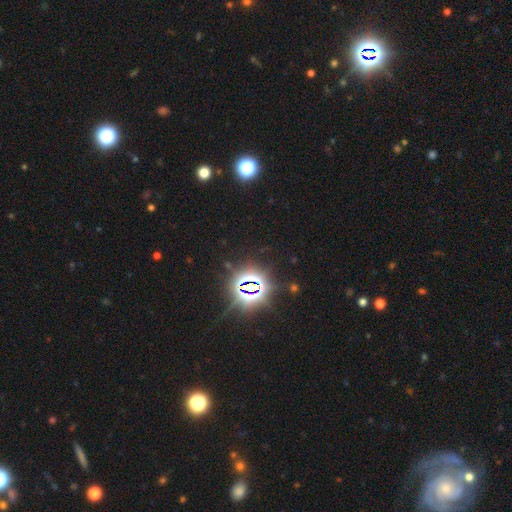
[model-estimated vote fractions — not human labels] Smooth or featured?
  - star or artifact: 78% *
  - smooth: 13%
  - featured or disk: 10%